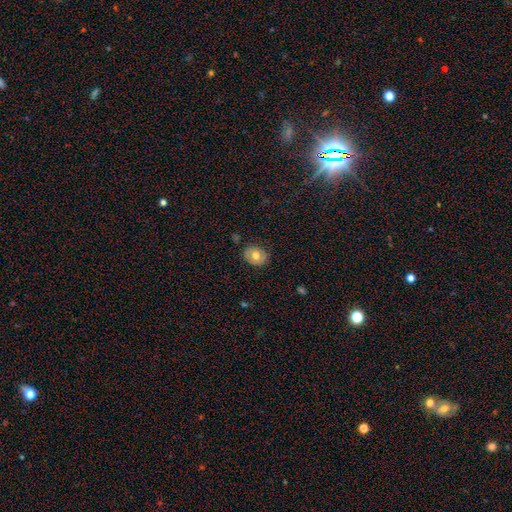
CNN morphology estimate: The model was most divided on "how rounded": round: 57%, in between: 42%, cigar-shaped: 1%. More confident: merging — none (84%); smooth or featured — smooth (65%).